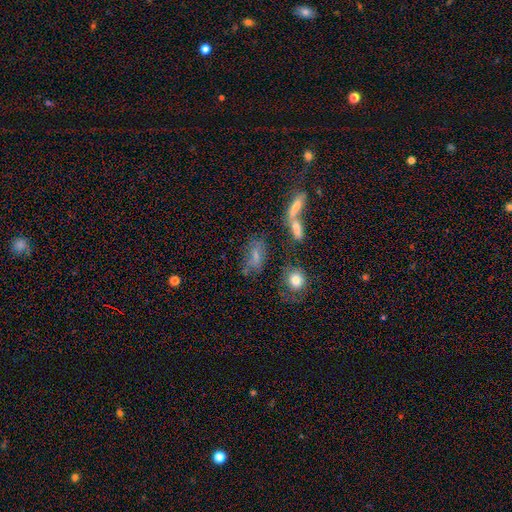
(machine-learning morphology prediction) Smooth or featured? Predicted: smooth (p=0.64). How rounded? Predicted: in between (p=0.75). Merging? Predicted: none (p=0.46).